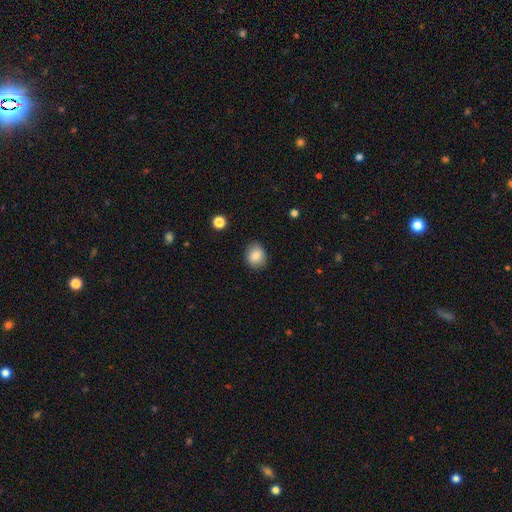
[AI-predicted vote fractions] The model was most divided on "how rounded": round: 63%, in between: 36%, cigar-shaped: 1%. More confident: merging — none (85%); smooth or featured — smooth (84%).